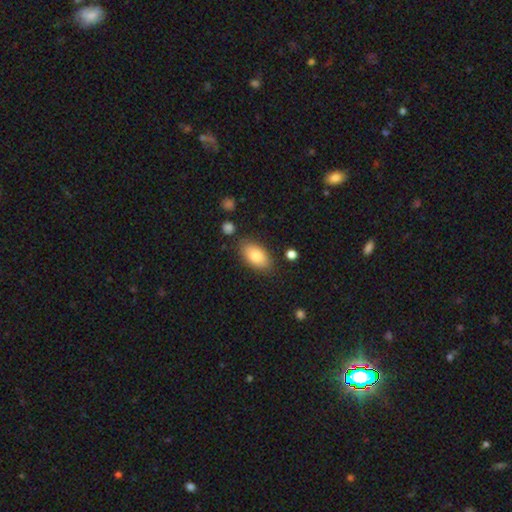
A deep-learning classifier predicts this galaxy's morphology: Smooth or featured? smooth (80%)
How rounded? in between (92%)
Merging? none (82%)